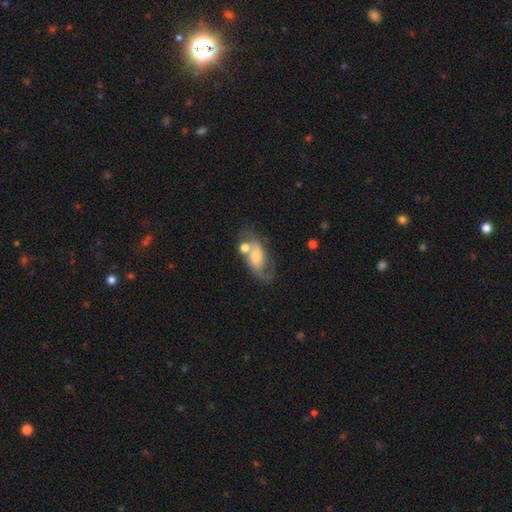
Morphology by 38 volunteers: Overall: featured or disk (79%). Edge-on disk: no (97%). Bar: weak (55%; no 38%). Spiral arms: yes (93%). Spiral arm count: 2 (78%). Spiral winding: loose (56%; medium 33%). Bulge size: moderate (45%; small 41%). Merging: none (39%; minor disturbance 25%).